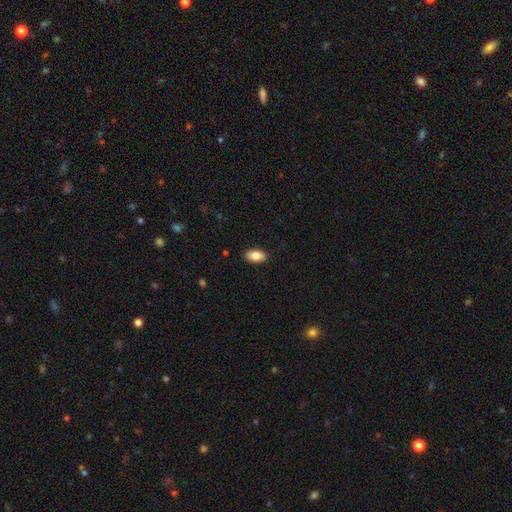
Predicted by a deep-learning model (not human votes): Overall: smooth (85%). How rounded: in between (92%). Merging: none (88%).